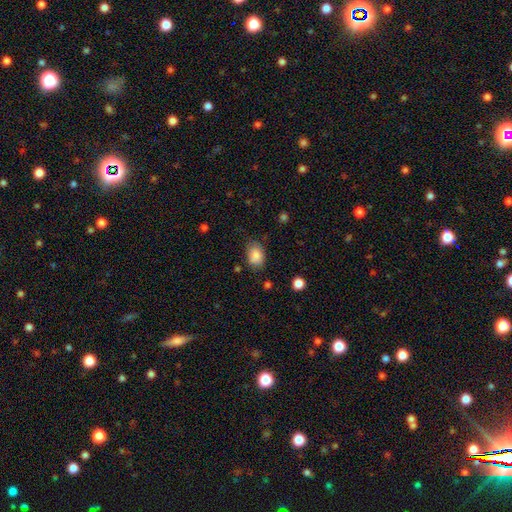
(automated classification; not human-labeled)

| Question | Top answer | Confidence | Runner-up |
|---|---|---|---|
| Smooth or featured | smooth | 86% | star or artifact (8%) |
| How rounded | in between | 78% | round (21%) |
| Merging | none | 72% | minor disturbance (21%) |